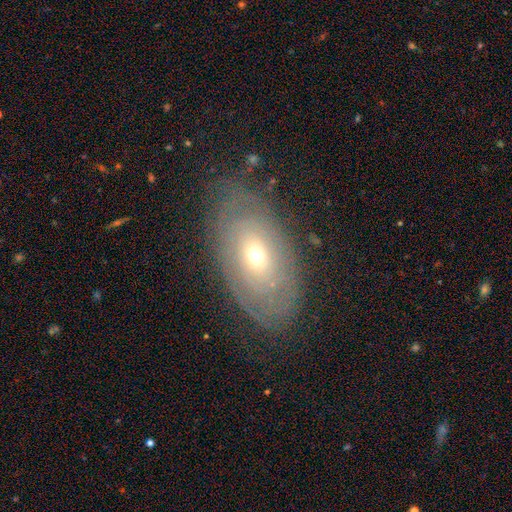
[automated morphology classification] Smooth or featured?
  - featured or disk: 58% *
  - smooth: 33%
  - star or artifact: 9%
Edge-on disk?
  - no: 89% *
  - yes: 11%
Bar?
  - no: 84% *
  - weak: 13%
  - strong: 3%
Spiral arms?
  - yes: 53% *
  - no: 47%
Bulge size?
  - small: 51% *
  - moderate: 44%
  - large: 3%
  - dominant: 1%
  - none: 1%
Merging?
  - none: 72% *
  - minor disturbance: 17%
  - major disturbance: 9%
  - merger: 2%